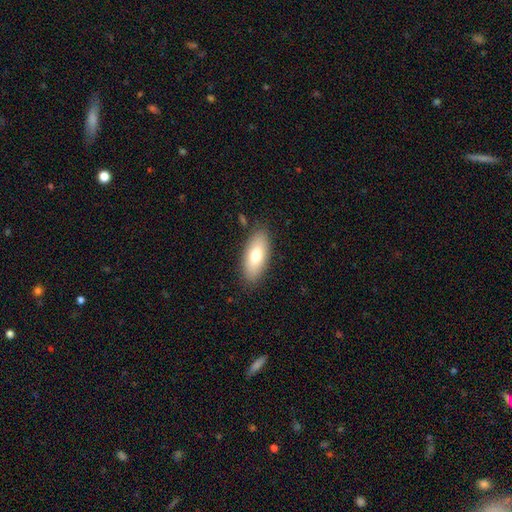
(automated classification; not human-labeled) The model was most divided on "smooth or featured": smooth: 74%, featured or disk: 19%, star or artifact: 7%. More confident: merging — none (85%); how rounded — in between (84%).